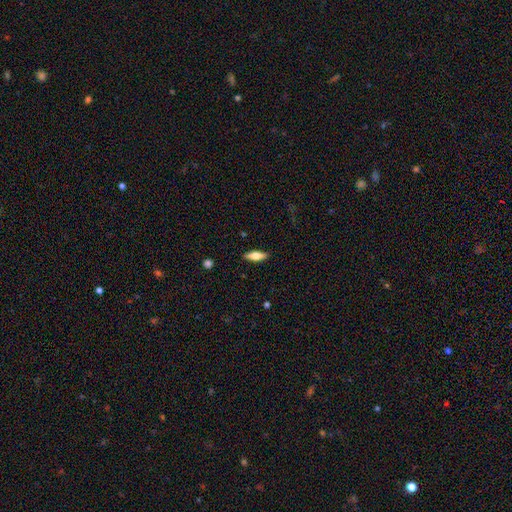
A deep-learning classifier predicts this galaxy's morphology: smooth_or_featured: smooth (p=0.59) [alt: featured or disk p=0.34]
how_rounded: in between (p=0.55) [alt: cigar-shaped p=0.42]
merging: none (p=0.89) [alt: minor disturbance p=0.08]